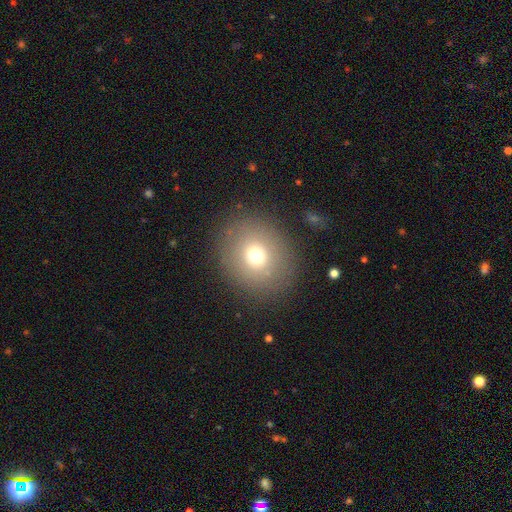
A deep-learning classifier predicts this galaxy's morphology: Smooth or featured? Predicted: smooth (p=0.70). How rounded? Predicted: round (p=0.80). Merging? Predicted: none (p=0.86).